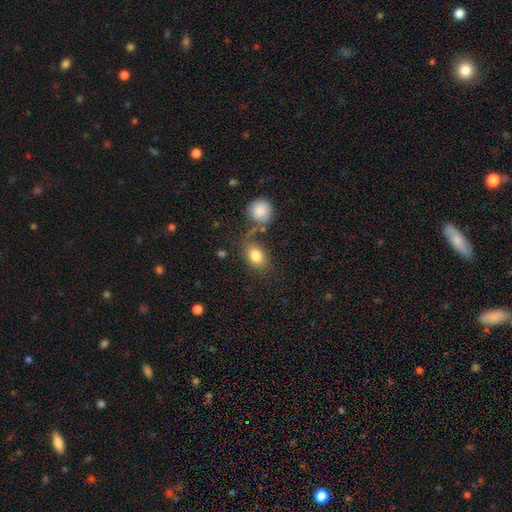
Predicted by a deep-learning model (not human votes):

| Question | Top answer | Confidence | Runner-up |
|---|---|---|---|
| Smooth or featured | smooth | 81% | featured or disk (10%) |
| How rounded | in between | 74% | round (24%) |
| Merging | none | 64% | minor disturbance (15%) |